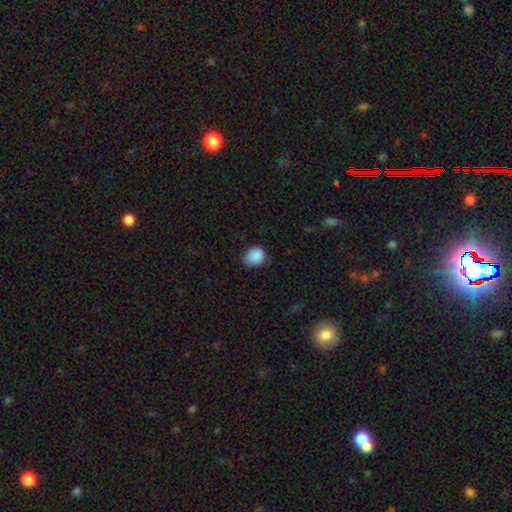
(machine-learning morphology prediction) Smooth or featured? smooth (88%)
How rounded? round (61%)
Merging? none (67%)